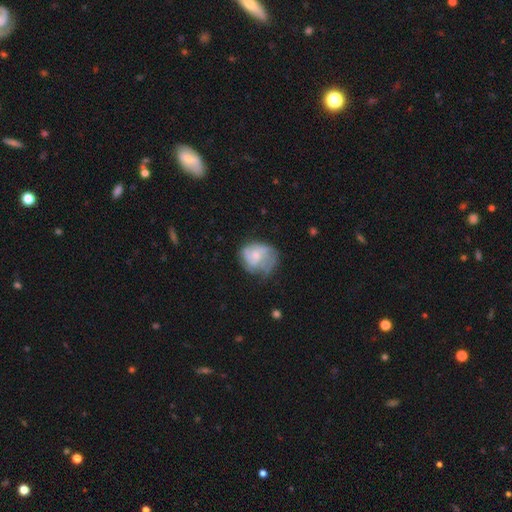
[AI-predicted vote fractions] smooth_or_featured: featured or disk (p=0.58) [alt: smooth p=0.34]
disk_edge_on: no (p=0.98) [alt: yes p=0.02]
bar: no (p=0.69) [alt: weak p=0.27]
has_spiral_arms: yes (p=0.72) [alt: no p=0.28]
bulge_size: small (p=0.39) [alt: moderate p=0.36]
merging: none (p=0.46) [alt: minor disturbance p=0.28]